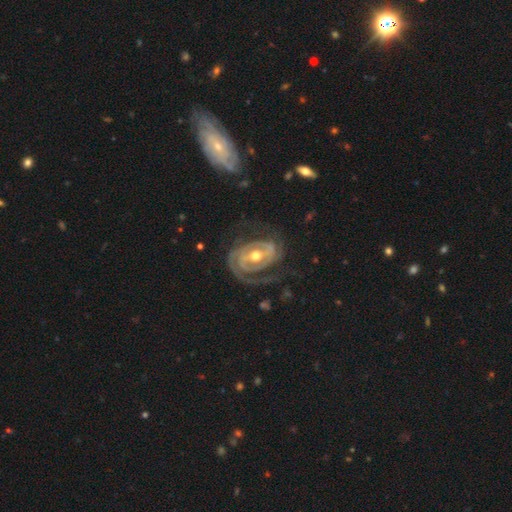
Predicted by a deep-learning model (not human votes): Overall: featured or disk (91%). Edge-on disk: no (97%). Bar: weak (36%; strong 32%). Spiral arms: yes (97%). Spiral arm count: 2 (61%). Spiral winding: tight (64%; medium 28%). Bulge size: moderate (70%). Merging: none (64%).